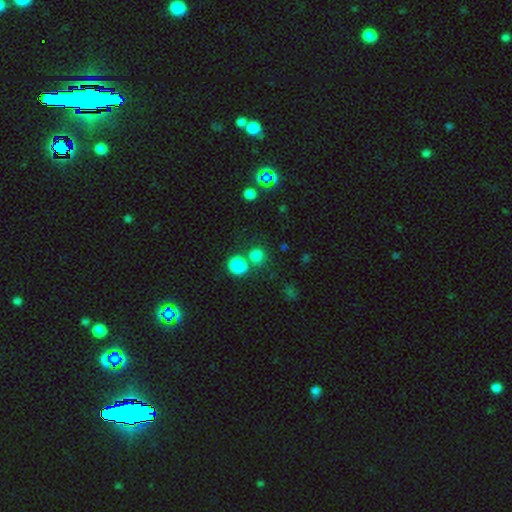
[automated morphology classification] smooth_or_featured: smooth (p=0.79) [alt: star or artifact p=0.16]
how_rounded: round (p=0.85) [alt: in between p=0.14]
merging: none (p=0.63) [alt: merger p=0.24]